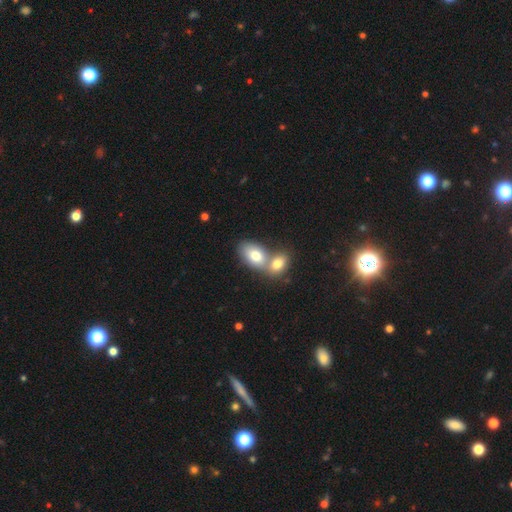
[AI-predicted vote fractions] Smooth or featured: smooth — 75% (featured or disk — 17%)
How rounded: in between — 87% (round — 11%)
Merging: merger — 61% (none — 30%)